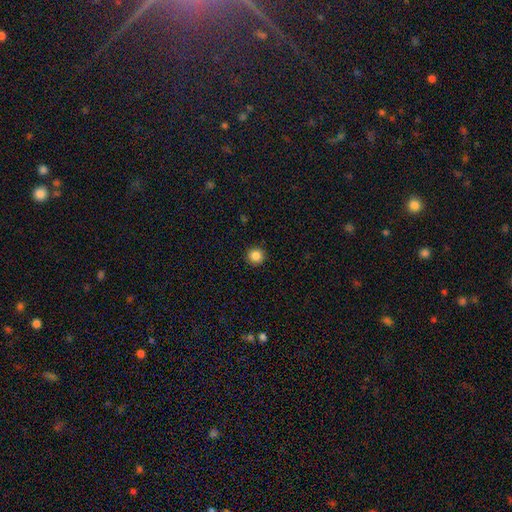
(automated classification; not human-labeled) Overall: smooth (86%). How rounded: round (95%). Merging: none (92%).